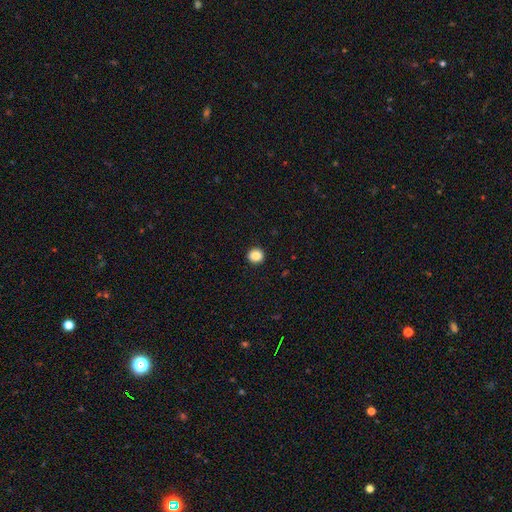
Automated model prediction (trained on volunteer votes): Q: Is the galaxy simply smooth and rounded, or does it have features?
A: smooth — 87%.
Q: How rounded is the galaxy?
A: round — 91%.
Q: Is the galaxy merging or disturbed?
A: none — 93%.